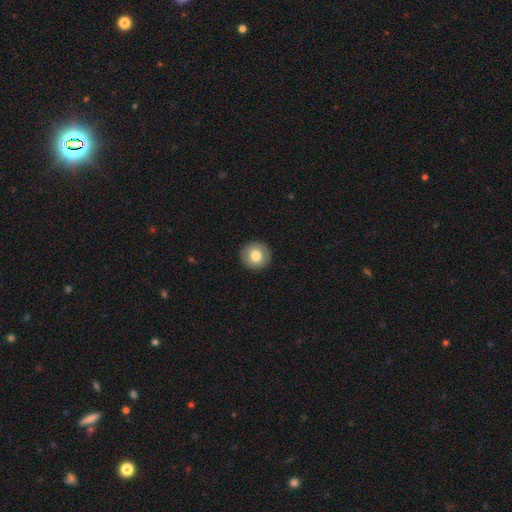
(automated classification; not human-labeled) Q: Smooth or featured?
A: smooth (77%); runner-up: featured or disk (16%)
Q: How rounded?
A: round (94%); runner-up: in between (5%)
Q: Merging?
A: none (91%); runner-up: minor disturbance (6%)